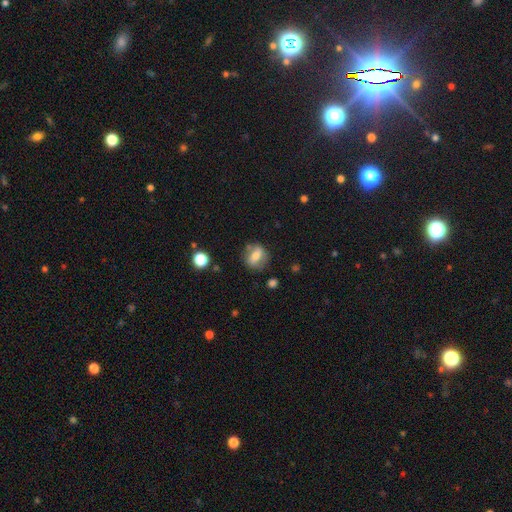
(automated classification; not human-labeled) smooth-or-featured: smooth: 60% | featured or disk: 31% | star or artifact: 9%
  how-rounded: round: 52% | in between: 44% | cigar-shaped: 4%
  merging: none: 75% | minor disturbance: 16% | major disturbance: 6% | merger: 3%